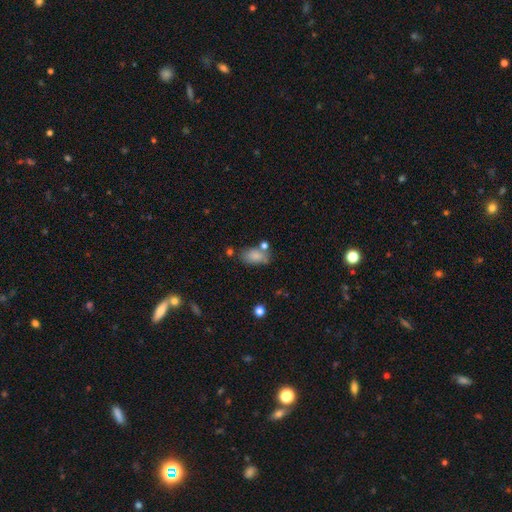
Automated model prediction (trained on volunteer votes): This is clearly a smooth galaxy (82%). How rounded: clearly in between (89%). Merging: possibly none (57%).